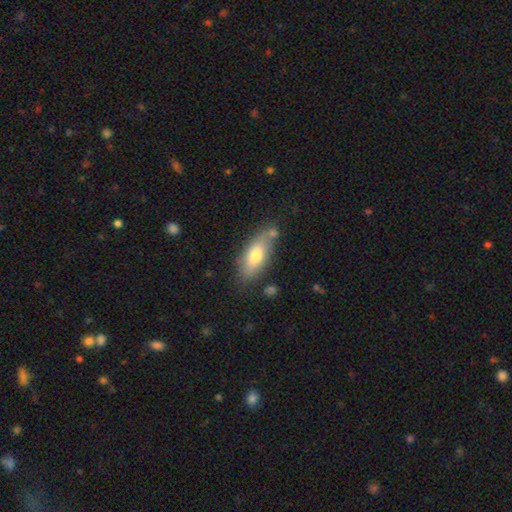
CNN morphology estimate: Smooth or featured: smooth — 67% (featured or disk — 26%)
How rounded: in between — 76% (cigar-shaped — 21%)
Merging: none — 64% (minor disturbance — 21%)